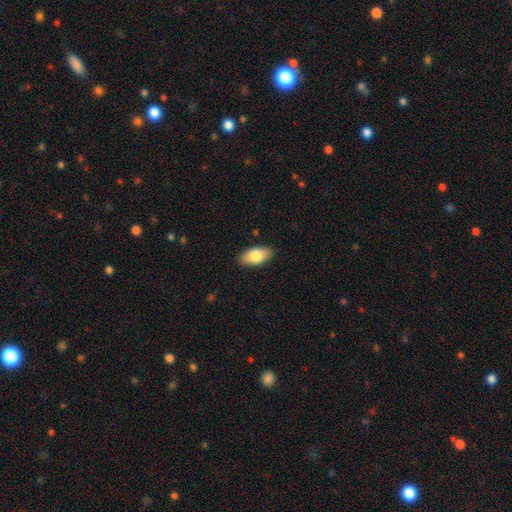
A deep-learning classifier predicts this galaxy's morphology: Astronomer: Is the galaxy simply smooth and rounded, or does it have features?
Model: smooth — 80%.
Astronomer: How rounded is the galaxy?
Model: in between — 93%.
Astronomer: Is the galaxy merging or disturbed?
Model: none — 88%.